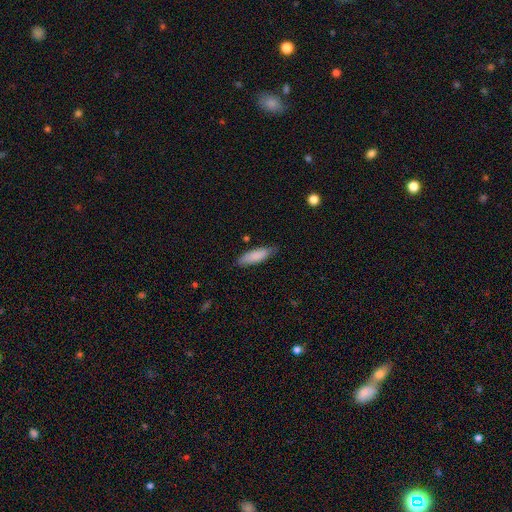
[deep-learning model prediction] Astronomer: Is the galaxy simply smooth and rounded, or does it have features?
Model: smooth — 85%.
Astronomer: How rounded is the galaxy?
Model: cigar-shaped — 51% (runner-up: in between, 47%).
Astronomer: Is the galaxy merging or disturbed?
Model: none — 76%.